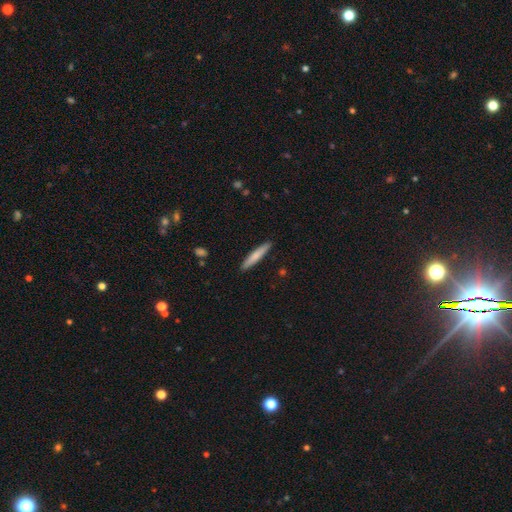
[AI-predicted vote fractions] Q: Smooth or featured?
A: smooth (73%); runner-up: featured or disk (22%)
Q: How rounded?
A: cigar-shaped (94%); runner-up: in between (5%)
Q: Merging?
A: none (91%); runner-up: minor disturbance (6%)